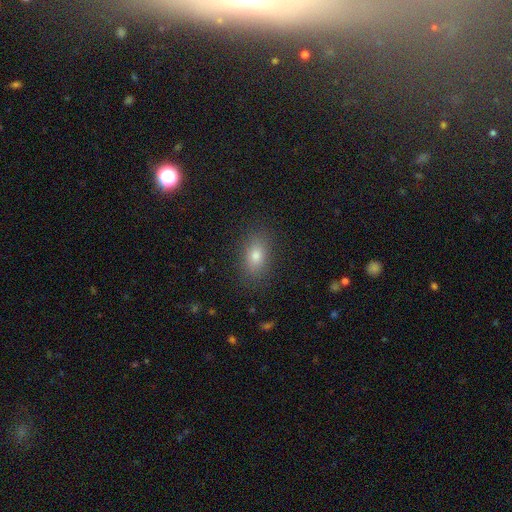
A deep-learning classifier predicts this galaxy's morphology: smooth-or-featured: smooth: 77% | star or artifact: 12% | featured or disk: 11%
  how-rounded: in between: 83% | round: 13% | cigar-shaped: 4%
  merging: none: 86% | minor disturbance: 10% | major disturbance: 3% | merger: 1%